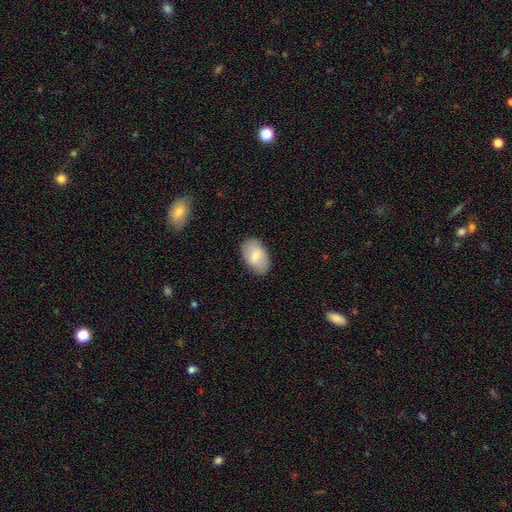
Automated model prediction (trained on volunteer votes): smooth 71%, featured or disk 23%, star or artifact 6%. Down the decision tree: how rounded — in between (93%); merging — none (85%).